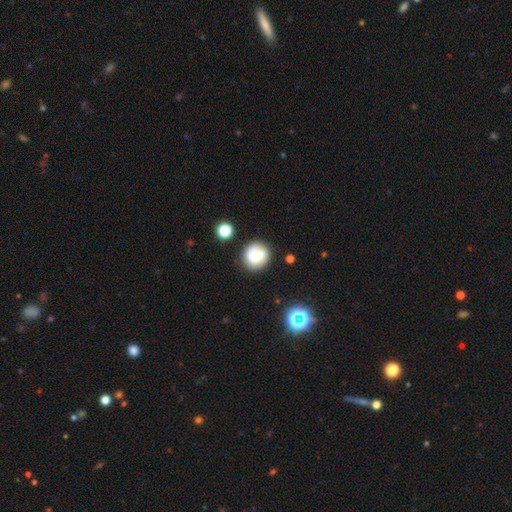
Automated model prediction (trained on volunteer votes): This is possibly a smooth galaxy (51%). How rounded: clearly round (87%). Merging: likely none (78%).